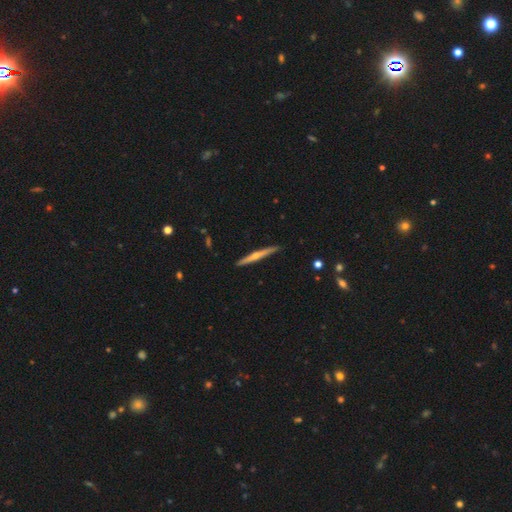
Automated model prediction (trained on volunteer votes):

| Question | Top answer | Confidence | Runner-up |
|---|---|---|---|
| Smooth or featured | featured or disk | 69% | smooth (26%) |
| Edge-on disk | yes | 98% | no (2%) |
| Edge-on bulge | rounded | 74% | none (21%) |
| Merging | none | 91% | minor disturbance (7%) |